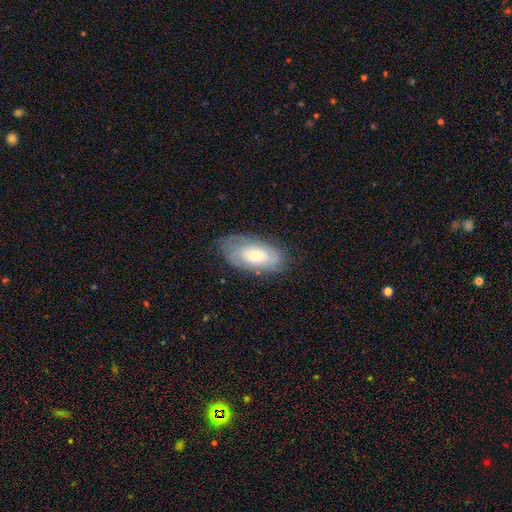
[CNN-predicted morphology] Smooth or featured? Predicted: smooth (p=0.49). Merging? Predicted: none (p=0.71).